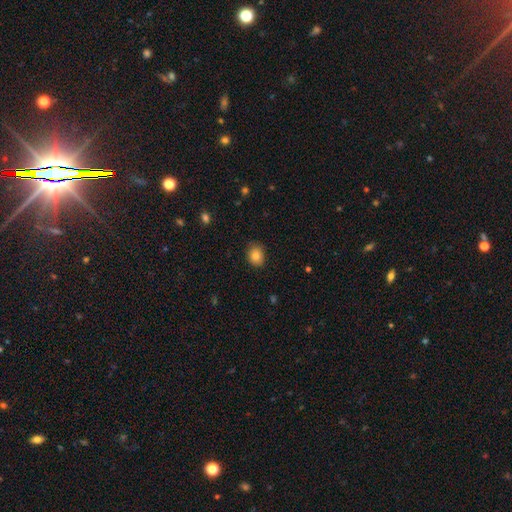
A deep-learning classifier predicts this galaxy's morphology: A smooth galaxy with no disk features (84%) that is round (52%). Merging: none (85%).